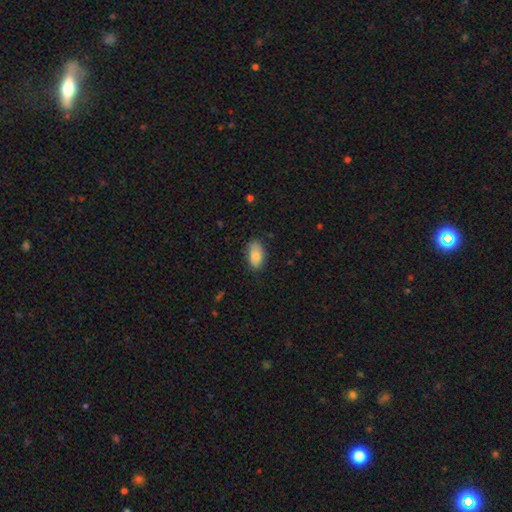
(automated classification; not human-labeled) Smooth or featured? Predicted: smooth (p=0.84). How rounded? Predicted: in between (p=0.93). Merging? Predicted: none (p=0.77).